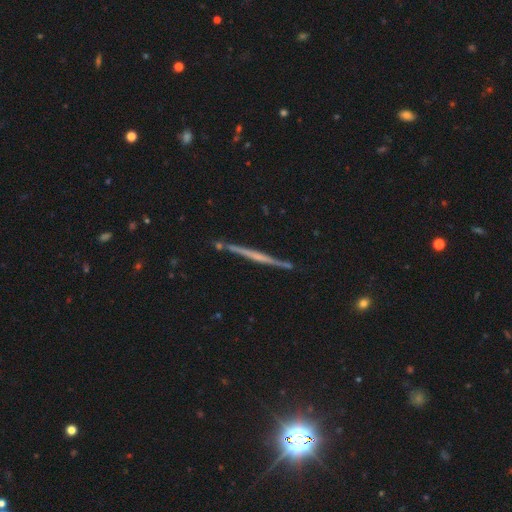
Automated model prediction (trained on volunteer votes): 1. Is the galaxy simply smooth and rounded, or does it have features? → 72% featured or disk, 22% smooth, 6% star or artifact.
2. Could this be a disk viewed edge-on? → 98% yes, 2% no.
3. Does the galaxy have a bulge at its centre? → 63% none, 26% rounded, 11% boxy.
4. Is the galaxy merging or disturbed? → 87% none, 8% minor disturbance, 3% merger, 2% major disturbance.